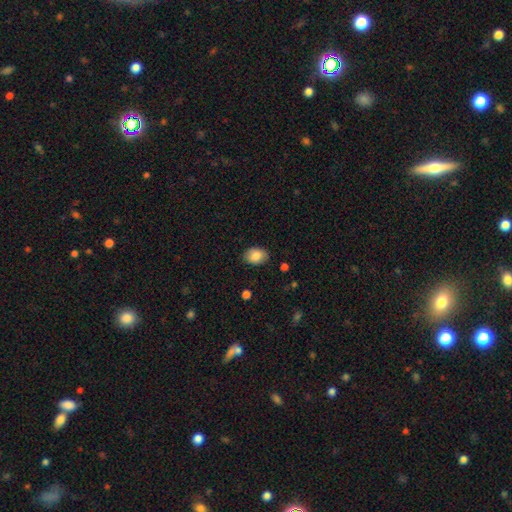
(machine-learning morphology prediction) The model was most divided on "how rounded": in between: 77%, round: 22%, cigar-shaped: 1%. More confident: smooth or featured — smooth (86%); merging — none (84%).